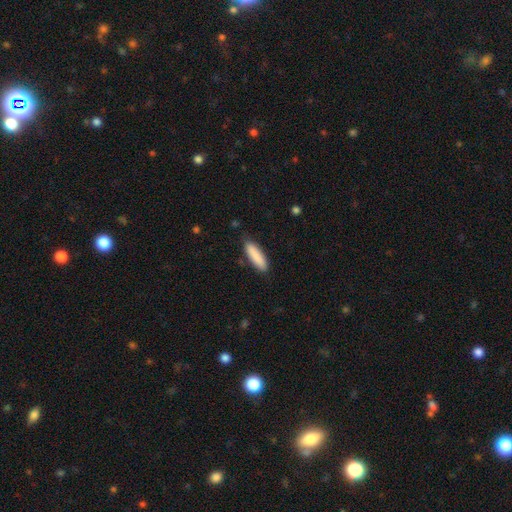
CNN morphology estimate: Smooth or featured?
  - smooth: 88% *
  - featured or disk: 6%
  - star or artifact: 6%
How rounded?
  - cigar-shaped: 59% *
  - in between: 40%
  - round: 1%
Merging?
  - none: 85% *
  - minor disturbance: 11%
  - major disturbance: 2%
  - merger: 2%